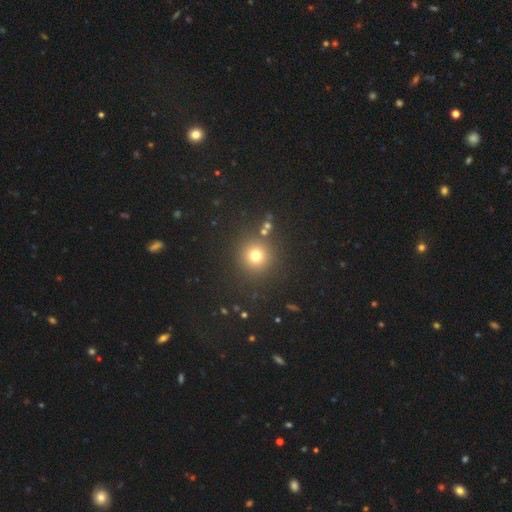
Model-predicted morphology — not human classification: This is likely a smooth galaxy (74%). How rounded: clearly round (94%). Merging: clearly none (86%).